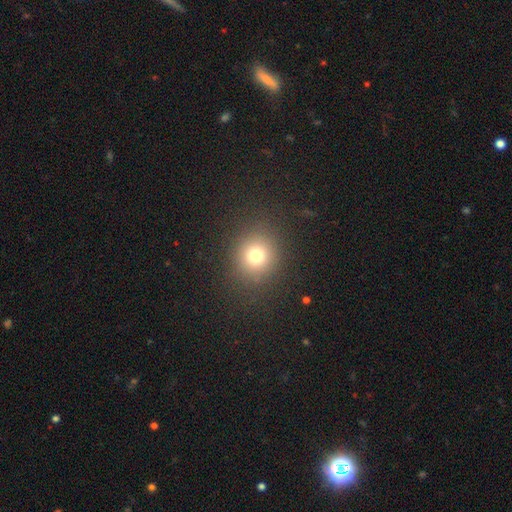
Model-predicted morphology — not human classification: This appears to be a smooth galaxy with no disk features (74%) that is round (88%). Merging: none (88%).